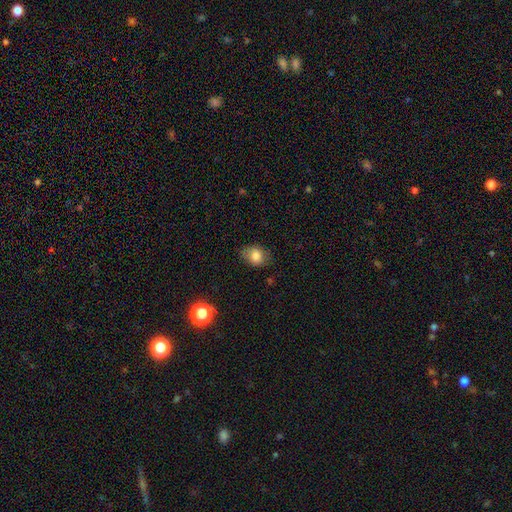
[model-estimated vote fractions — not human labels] Smooth or featured: smooth — 80% (star or artifact — 11%)
How rounded: in between — 56% (round — 43%)
Merging: none — 75% (minor disturbance — 19%)